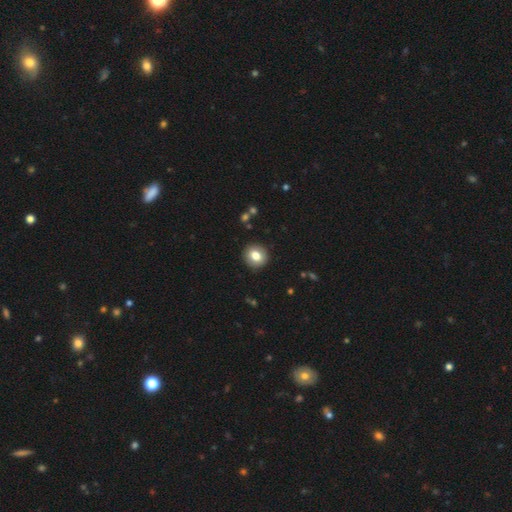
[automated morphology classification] type=smooth (80%); roundness=round (88%); merging=none (91%).